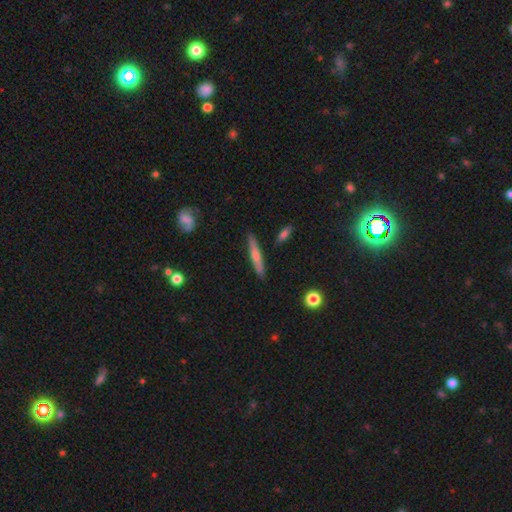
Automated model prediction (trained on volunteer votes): Overall: featured or disk (48%; smooth 45%). Merging: none (88%).